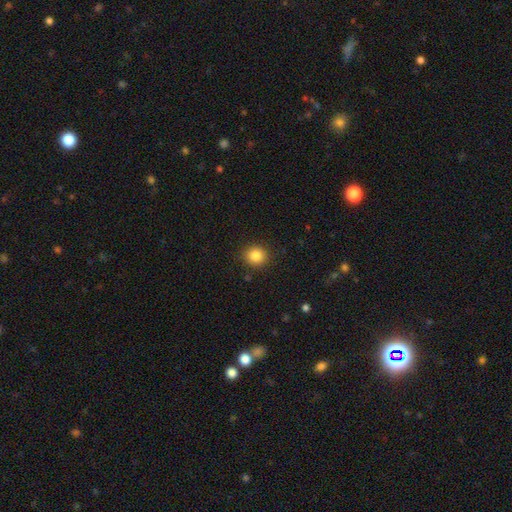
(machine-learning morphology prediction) Smooth or featured?
  - smooth: 84% *
  - star or artifact: 11%
  - featured or disk: 5%
How rounded?
  - round: 85% *
  - in between: 14%
  - cigar-shaped: 1%
Merging?
  - none: 89% *
  - minor disturbance: 7%
  - major disturbance: 2%
  - merger: 1%